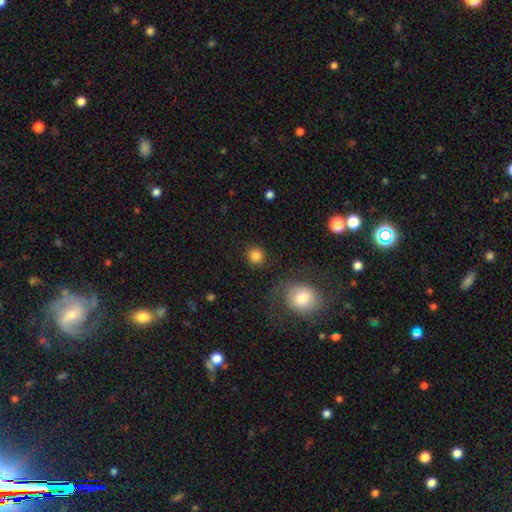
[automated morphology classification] type=smooth (85%); roundness=round (92%); merging=none (87%).